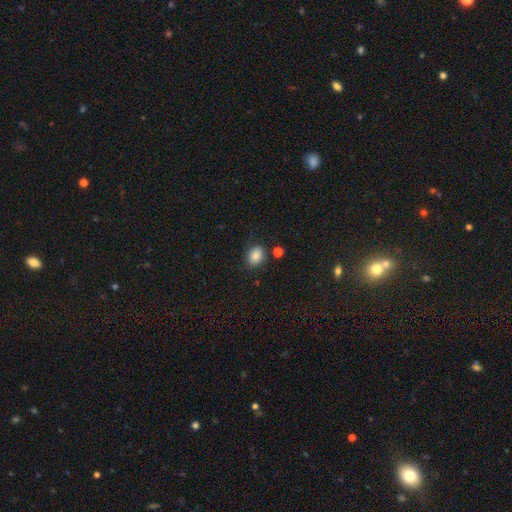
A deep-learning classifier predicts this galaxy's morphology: smooth-or-featured: smooth: 84% | star or artifact: 10% | featured or disk: 6%
  how-rounded: in between: 52% | round: 47% | cigar-shaped: 1%
  merging: none: 78% | minor disturbance: 13% | merger: 5% | major disturbance: 4%